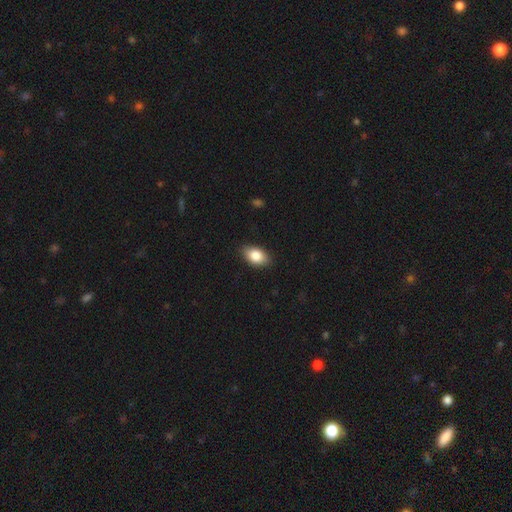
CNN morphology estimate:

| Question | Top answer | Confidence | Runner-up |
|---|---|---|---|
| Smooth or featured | smooth | 83% | featured or disk (10%) |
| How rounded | in between | 89% | round (9%) |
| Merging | none | 86% | minor disturbance (11%) |